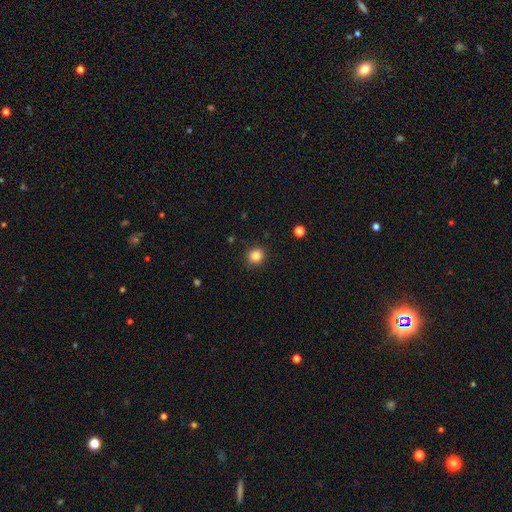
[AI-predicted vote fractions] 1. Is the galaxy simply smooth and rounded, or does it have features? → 84% smooth, 12% star or artifact, 4% featured or disk.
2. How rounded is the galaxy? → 90% round, 9% in between, 1% cigar-shaped.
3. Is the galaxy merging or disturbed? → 90% none, 7% minor disturbance, 2% major disturbance, 1% merger.